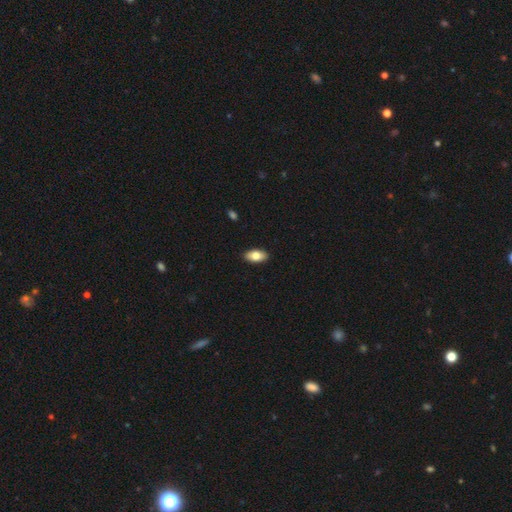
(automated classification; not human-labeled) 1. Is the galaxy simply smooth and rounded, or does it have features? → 80% smooth, 13% featured or disk, 6% star or artifact.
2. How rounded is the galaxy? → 92% in between, 5% cigar-shaped, 3% round.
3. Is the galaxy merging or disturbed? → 90% none, 7% minor disturbance, 2% major disturbance, 1% merger.